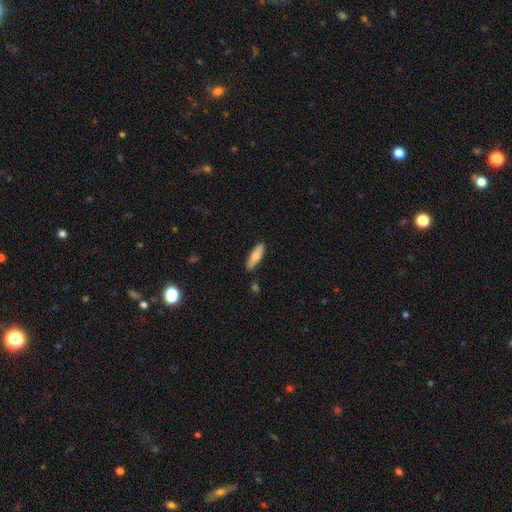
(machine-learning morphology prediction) type=smooth (71%); roundness=cigar-shaped (49%, tied with in between); merging=none (85%).